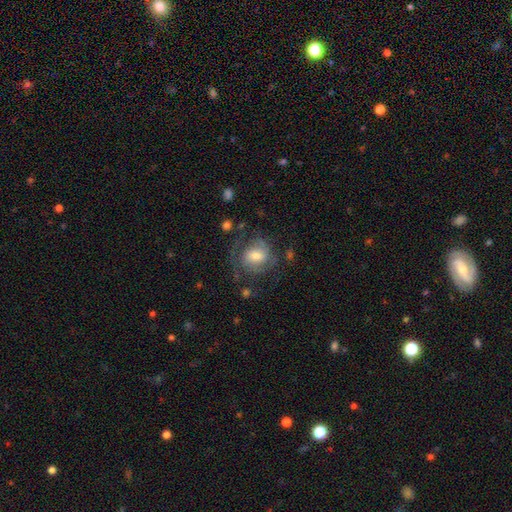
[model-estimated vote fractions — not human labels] smooth-or-featured: featured or disk: 57% | smooth: 35% | star or artifact: 8%
  disk-edge-on: no: 97% | yes: 3%
    bar: no: 48% | weak: 41% | strong: 10%
    has-spiral-arms: yes: 81% | no: 19%
    bulge-size: moderate: 54% | small: 26% | large: 15% | none: 3% | dominant: 2%
  merging: none: 58% | minor disturbance: 21% | major disturbance: 19% | merger: 2%